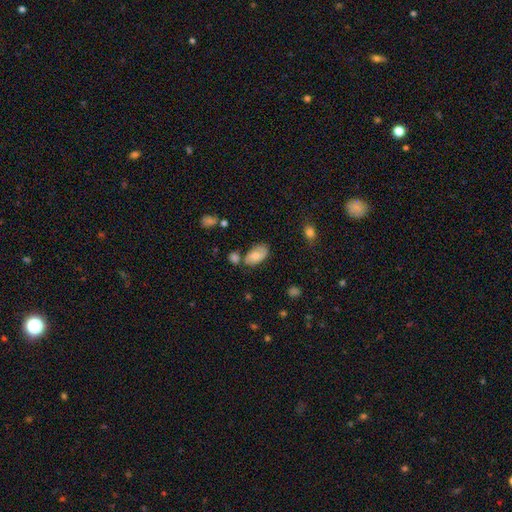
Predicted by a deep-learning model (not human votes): A smooth galaxy with no disk features (70%) that is in between round and cigar-shaped (93%). Merging: none (56%).